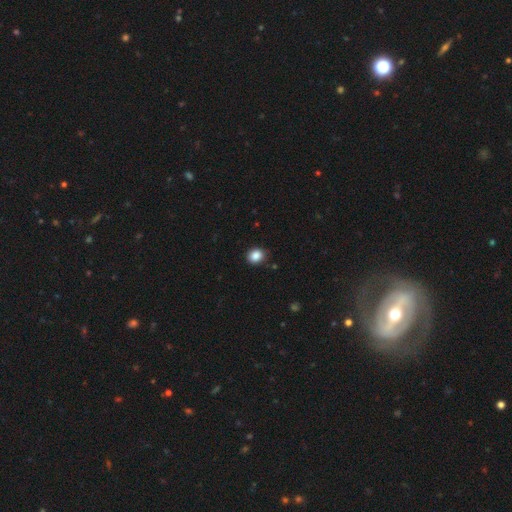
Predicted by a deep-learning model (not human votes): This appears to be a smooth galaxy with no disk features (87%) that is round (67%). Merging: none (88%).